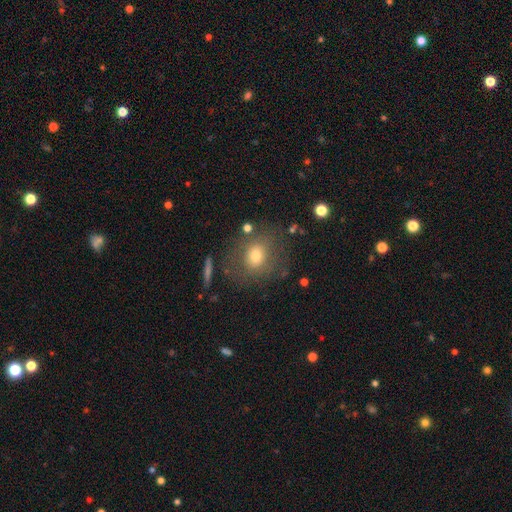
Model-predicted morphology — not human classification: A smooth galaxy with no disk features (70%) that is round (71%). Merging: none (74%).